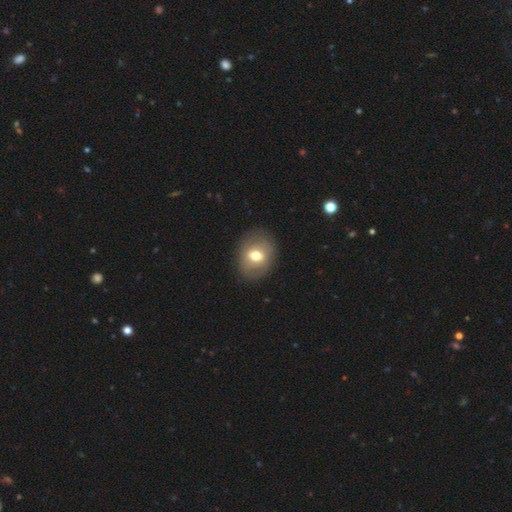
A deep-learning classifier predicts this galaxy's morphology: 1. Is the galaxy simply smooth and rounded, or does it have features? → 59% smooth, 33% featured or disk, 9% star or artifact.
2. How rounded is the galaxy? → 53% in between, 46% round, 1% cigar-shaped.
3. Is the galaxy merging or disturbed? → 83% none, 11% minor disturbance, 4% major disturbance, 1% merger.